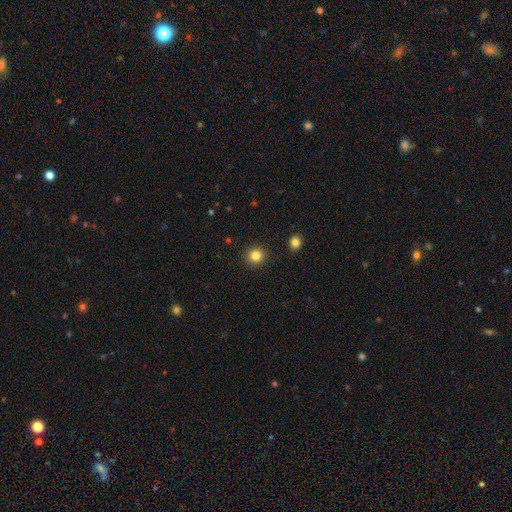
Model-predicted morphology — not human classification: The model was most divided on "smooth or featured": smooth: 83%, star or artifact: 12%, featured or disk: 5%. More confident: merging — none (92%); how rounded — round (91%).